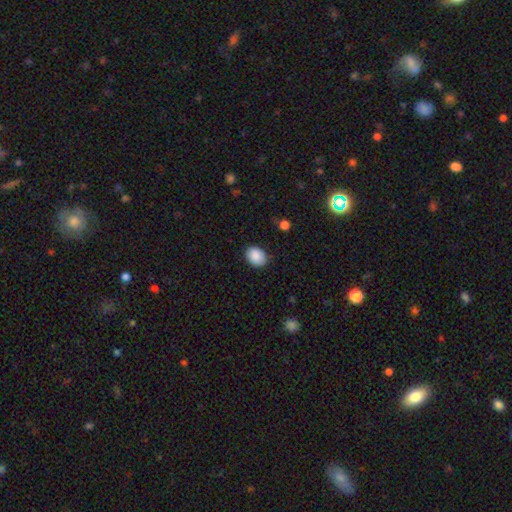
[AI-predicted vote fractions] Smooth or featured: smooth — 88% (star or artifact — 8%)
How rounded: in between — 64% (round — 35%)
Merging: none — 85% (minor disturbance — 11%)